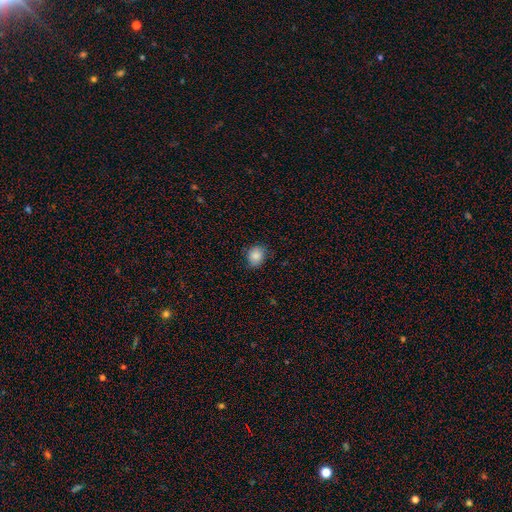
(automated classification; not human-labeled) Smooth or featured? Predicted: smooth (p=0.85). How rounded? Predicted: round (p=0.66). Merging? Predicted: none (p=0.77).